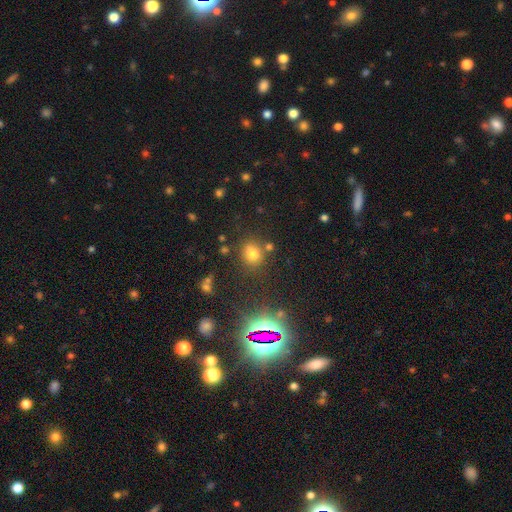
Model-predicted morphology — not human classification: Smooth or featured? smooth (59%)
How rounded? round (69%)
Merging? none (80%)